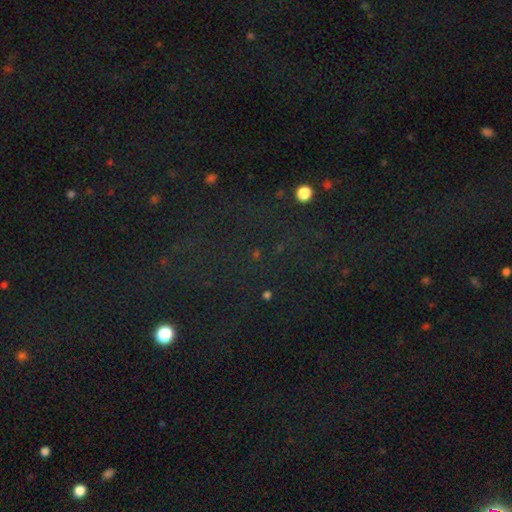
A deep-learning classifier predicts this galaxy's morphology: smooth-or-featured: star or artifact: 73% | smooth: 17% | featured or disk: 11%